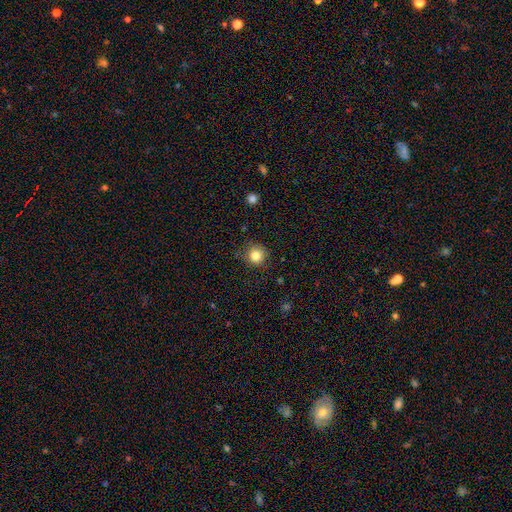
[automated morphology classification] This appears to be a smooth galaxy with no disk features (82%) that is round (91%). Merging: none (81%).